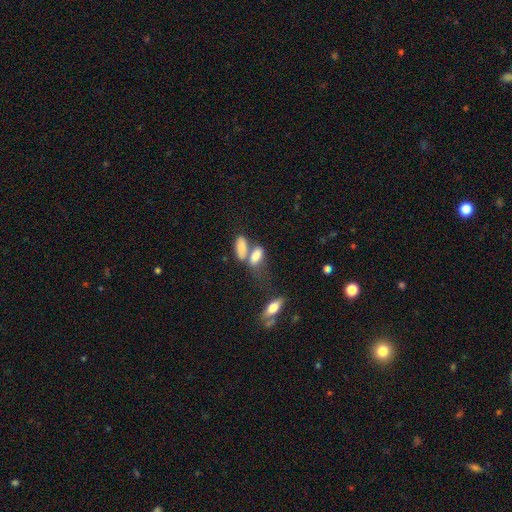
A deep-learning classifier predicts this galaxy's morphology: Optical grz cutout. It shows a smooth galaxy with no disk features (78%) that is in between round and cigar-shaped (80%). Merging: merger (52%).